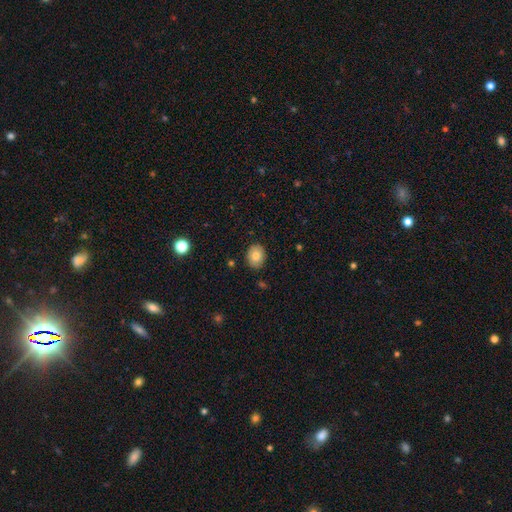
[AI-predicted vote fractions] smooth 79%, featured or disk 12%, star or artifact 9%. Down the decision tree: how rounded — in between (52%); merging — none (87%).